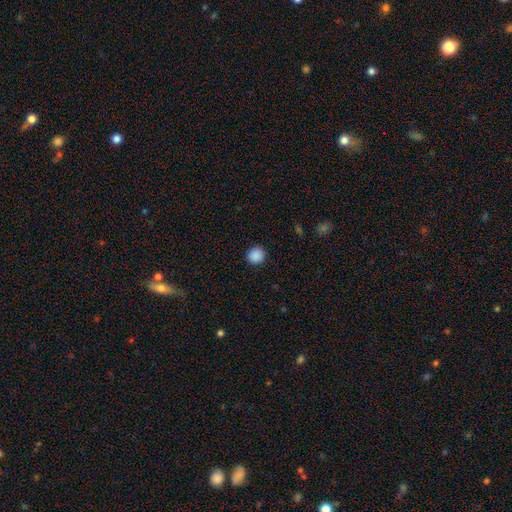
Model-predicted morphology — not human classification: smooth_or_featured: smooth (p=0.89) [alt: star or artifact p=0.09]
how_rounded: round (p=0.90) [alt: in between p=0.09]
merging: none (p=0.91) [alt: minor disturbance p=0.06]